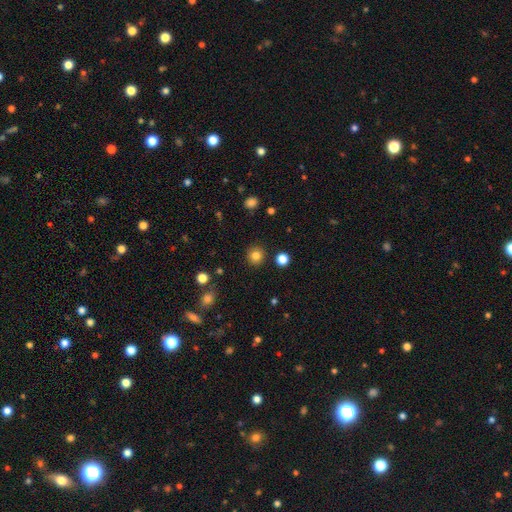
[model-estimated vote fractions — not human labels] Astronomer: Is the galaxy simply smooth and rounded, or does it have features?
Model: smooth — 82%.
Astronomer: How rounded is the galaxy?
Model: round — 92%.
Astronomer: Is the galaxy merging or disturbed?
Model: none — 90%.